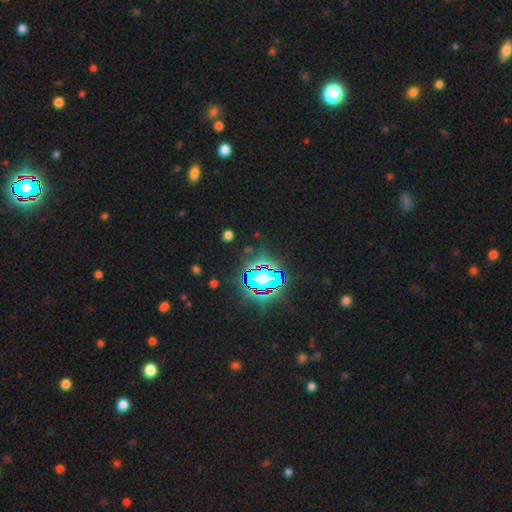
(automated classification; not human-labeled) This appears to be a star or artifact, not a galaxy (81%).